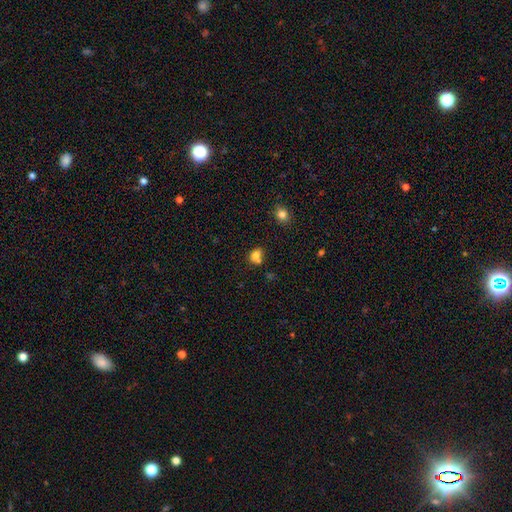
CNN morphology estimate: smooth 74%, star or artifact 13%, featured or disk 13%. Down the decision tree: how rounded — round (57%); merging — merger (46%).